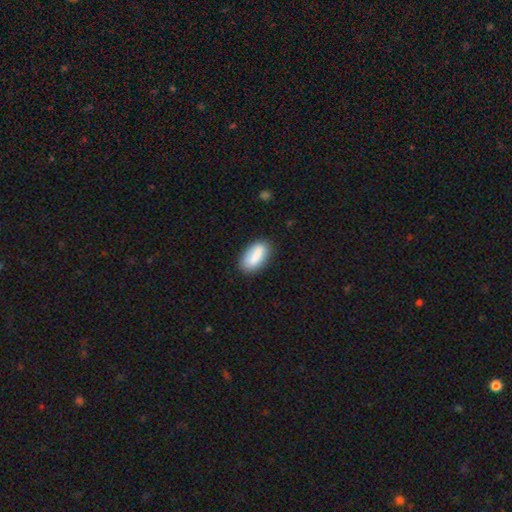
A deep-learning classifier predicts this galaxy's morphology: Overall: smooth (82%). How rounded: in between (83%). Merging: none (81%).